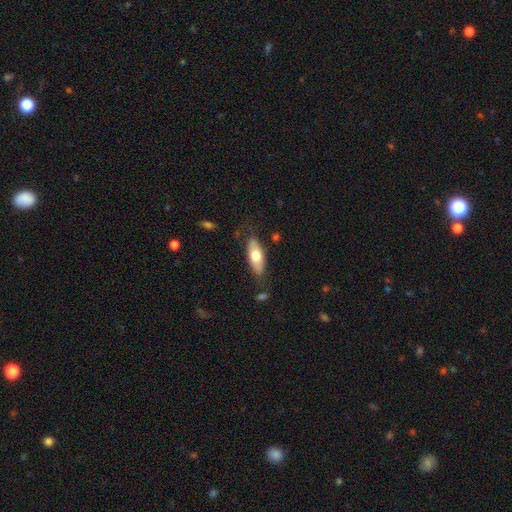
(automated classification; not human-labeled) This is likely a smooth galaxy (66%). How rounded: likely in between (75%). Merging: likely none (75%).